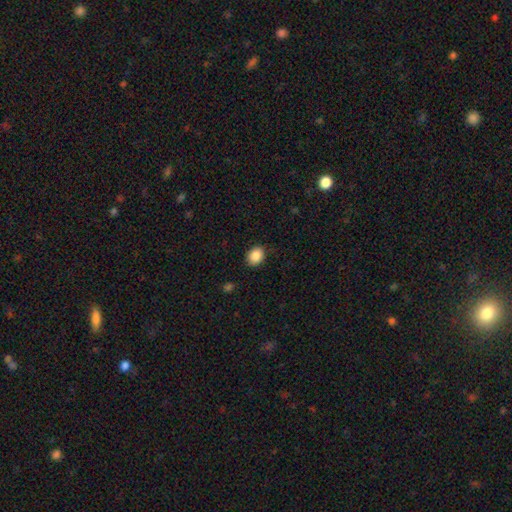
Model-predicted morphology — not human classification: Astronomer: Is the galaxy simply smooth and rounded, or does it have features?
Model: smooth — 88%.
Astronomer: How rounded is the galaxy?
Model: in between — 56% (runner-up: round, 43%).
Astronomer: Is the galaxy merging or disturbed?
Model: none — 87%.